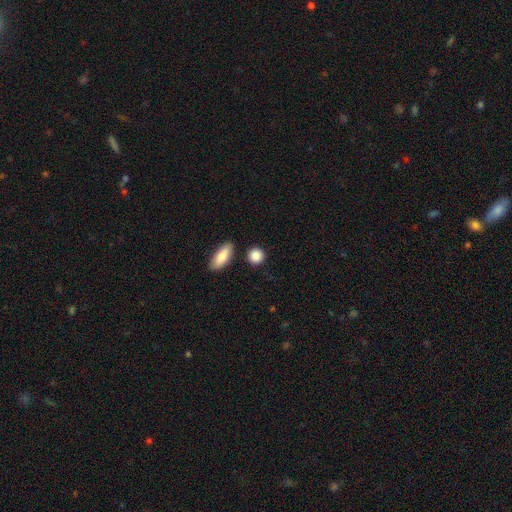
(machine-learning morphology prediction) Smooth or featured?
  - smooth: 88% *
  - star or artifact: 7%
  - featured or disk: 4%
How rounded?
  - round: 83% *
  - in between: 14%
  - cigar-shaped: 3%
Merging?
  - none: 84% *
  - minor disturbance: 9%
  - merger: 5%
  - major disturbance: 3%